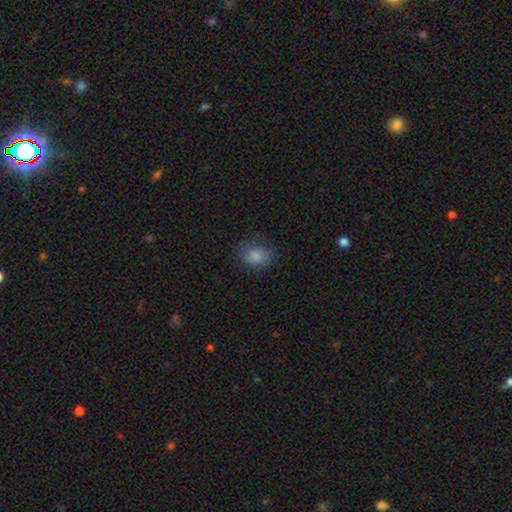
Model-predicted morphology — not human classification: This is likely a smooth galaxy (77%). How rounded: likely in between (64%). Merging: likely none (73%).